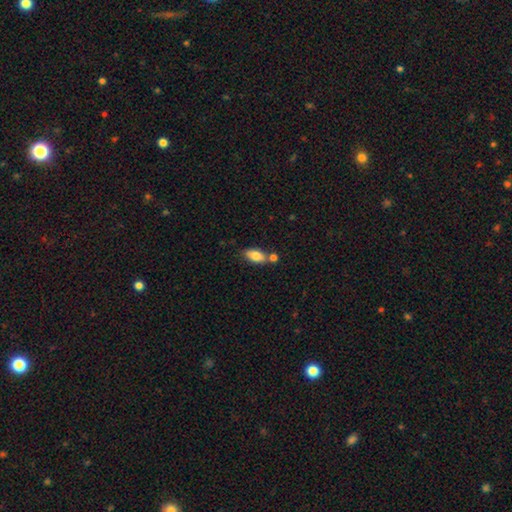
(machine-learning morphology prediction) Smooth or featured? Predicted: smooth (p=0.81). How rounded? Predicted: in between (p=0.88). Merging? Predicted: none (p=0.61).